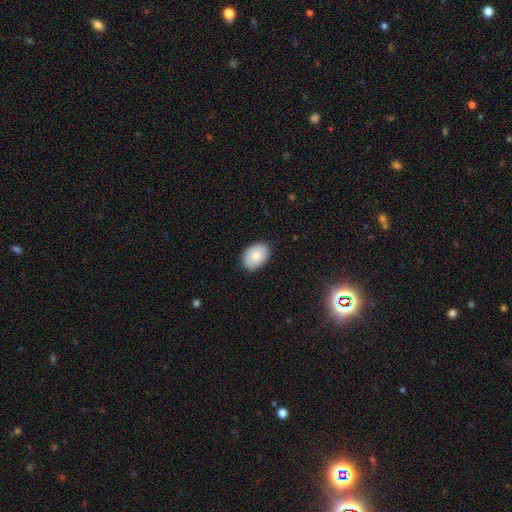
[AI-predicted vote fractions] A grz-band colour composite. It shows a smooth galaxy with no disk features (83%) that is in between round and cigar-shaped (82%). Merging: none (85%).